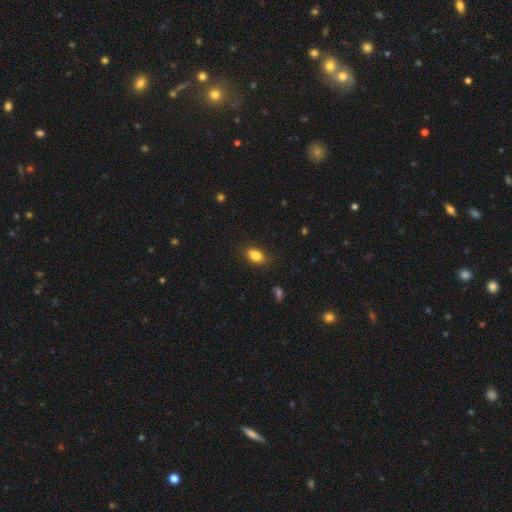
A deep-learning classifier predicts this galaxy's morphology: Smooth or featured?
  - smooth: 84% *
  - star or artifact: 9%
  - featured or disk: 7%
How rounded?
  - in between: 84% *
  - round: 13%
  - cigar-shaped: 2%
Merging?
  - none: 82% *
  - minor disturbance: 13%
  - major disturbance: 3%
  - merger: 1%